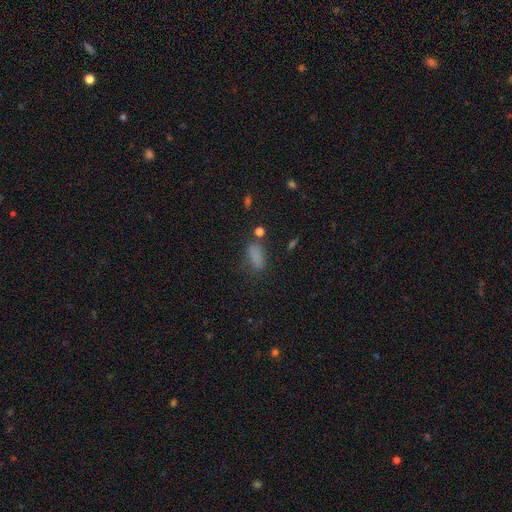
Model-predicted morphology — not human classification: Smooth or featured?
  - smooth: 78% *
  - star or artifact: 15%
  - featured or disk: 7%
How rounded?
  - in between: 85% *
  - cigar-shaped: 9%
  - round: 6%
Merging?
  - none: 63% *
  - minor disturbance: 20%
  - major disturbance: 9%
  - merger: 7%